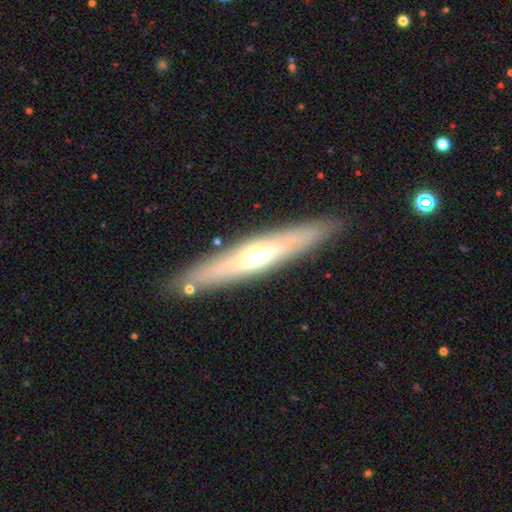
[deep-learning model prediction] Q: Smooth or featured?
A: featured or disk (61%); runner-up: smooth (33%)
Q: Edge-on disk?
A: yes (84%); runner-up: no (16%)
Q: Edge-on bulge?
A: rounded (83%); runner-up: none (13%)
Q: Merging?
A: none (87%); runner-up: minor disturbance (9%)